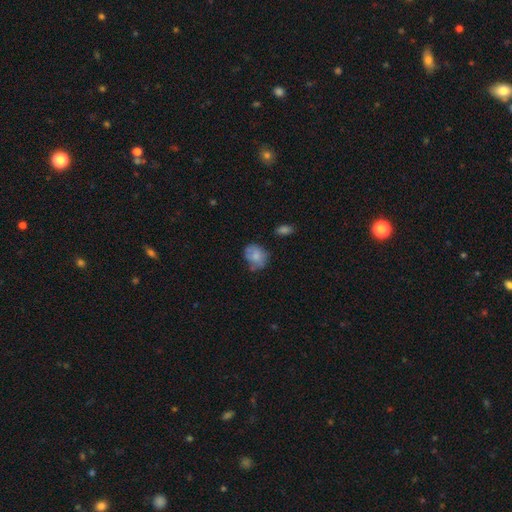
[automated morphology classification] Smooth or featured: smooth — 74% (featured or disk — 18%)
How rounded: round — 52% (in between — 47%)
Merging: none — 52% (minor disturbance — 32%)